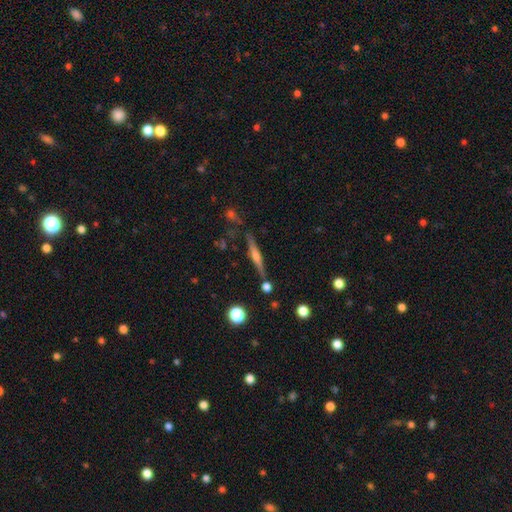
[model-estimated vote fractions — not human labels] smooth-or-featured: featured or disk: 71% | smooth: 21% | star or artifact: 8%
  disk-edge-on: yes: 97% | no: 3%
    edge-on-bulge: rounded: 83% | boxy: 9% | none: 8%
  merging: none: 80% | minor disturbance: 11% | merger: 6% | major disturbance: 3%